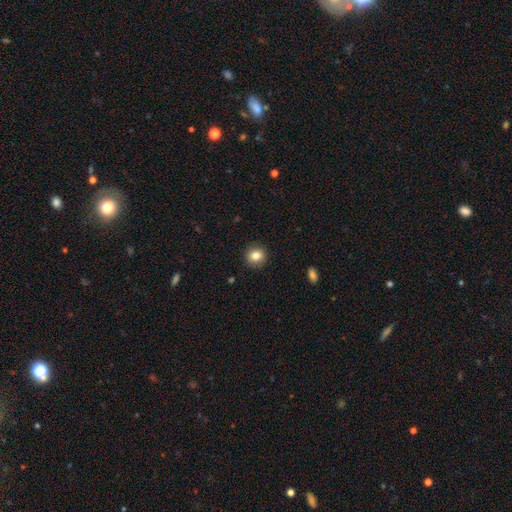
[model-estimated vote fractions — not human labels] The model was most divided on "smooth or featured": smooth: 83%, star or artifact: 10%, featured or disk: 7%. More confident: merging — none (91%); how rounded — round (87%).